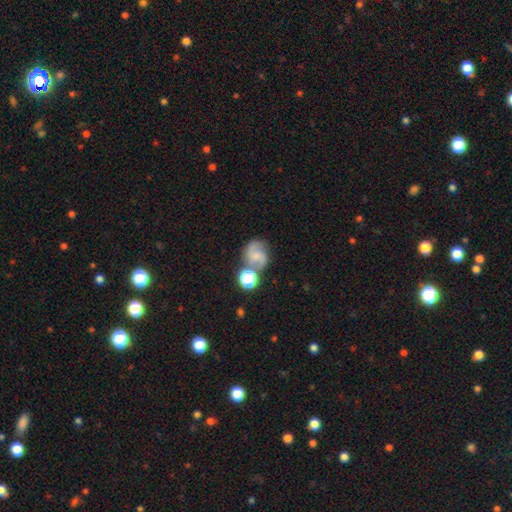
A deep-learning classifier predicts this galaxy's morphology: This appears to be a featured or disk galaxy (66%) with no bar (53%), 2 (88%) medium (52%) spiral arms (93%) and a small central bulge (50%). Merging: none (54%).